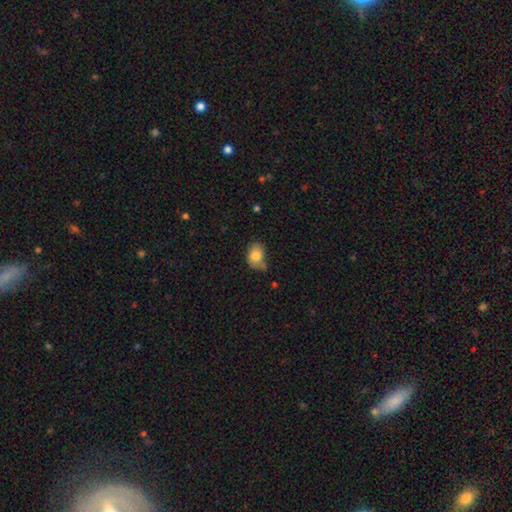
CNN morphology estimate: A smooth galaxy with no disk features (79%) that is in between round and cigar-shaped (72%). Merging: none (47%).